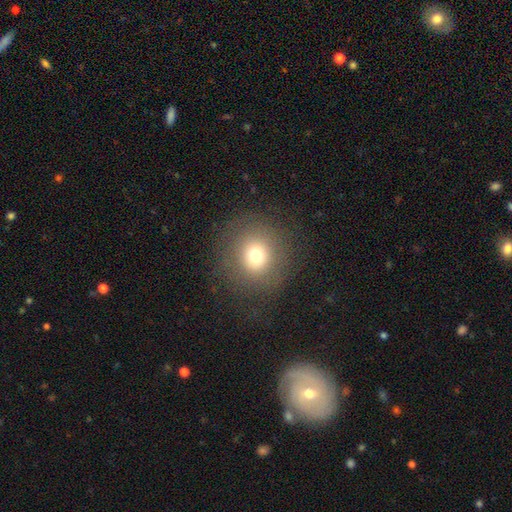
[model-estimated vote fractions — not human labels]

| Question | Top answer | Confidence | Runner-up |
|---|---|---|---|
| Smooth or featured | smooth | 72% | star or artifact (16%) |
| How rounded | round | 90% | in between (9%) |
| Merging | none | 85% | minor disturbance (8%) |